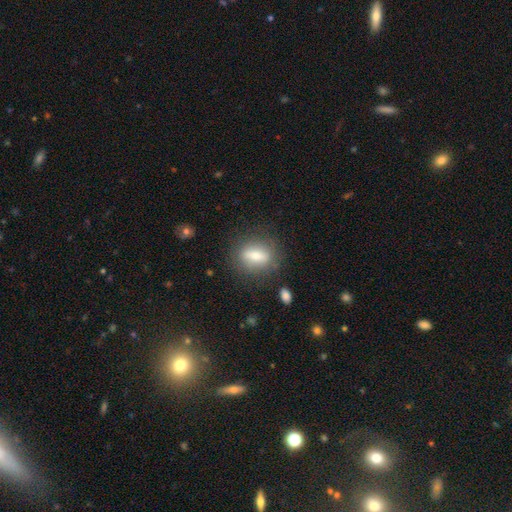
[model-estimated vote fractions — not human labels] Smooth or featured?
  - smooth: 67% *
  - featured or disk: 25%
  - star or artifact: 8%
How rounded?
  - in between: 56% *
  - round: 30%
  - cigar-shaped: 14%
Merging?
  - none: 80% *
  - minor disturbance: 13%
  - major disturbance: 5%
  - merger: 2%